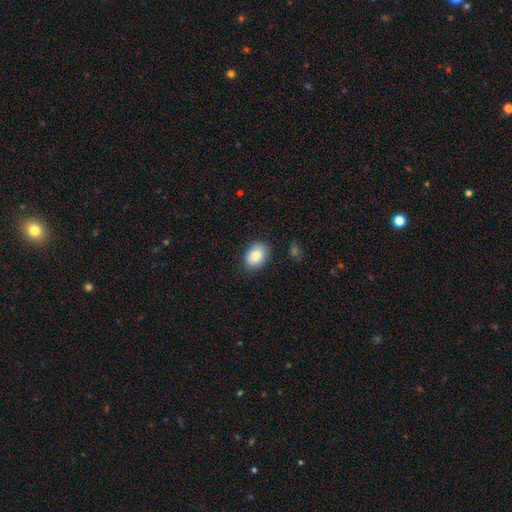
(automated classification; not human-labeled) Smooth or featured?
  - smooth: 85% *
  - featured or disk: 7%
  - star or artifact: 7%
How rounded?
  - in between: 79% *
  - round: 20%
  - cigar-shaped: 1%
Merging?
  - none: 84% *
  - minor disturbance: 12%
  - major disturbance: 3%
  - merger: 1%